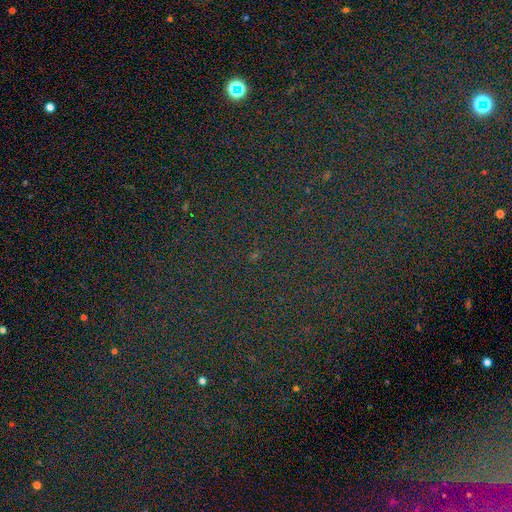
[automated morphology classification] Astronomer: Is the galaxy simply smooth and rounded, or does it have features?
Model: star or artifact — 77%.